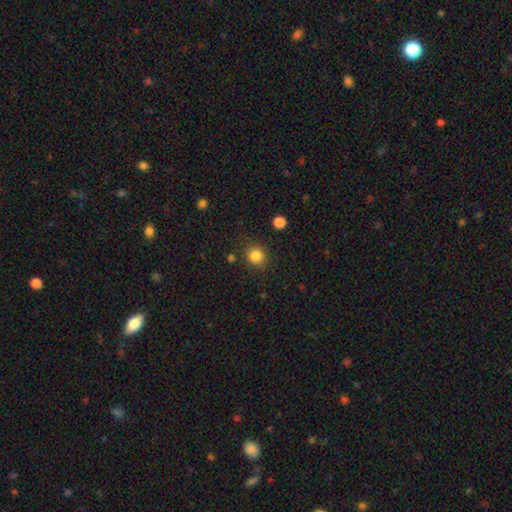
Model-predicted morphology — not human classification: smooth_or_featured: smooth (p=0.85) [alt: star or artifact p=0.11]
how_rounded: round (p=0.87) [alt: in between p=0.12]
merging: none (p=0.84) [alt: minor disturbance p=0.09]